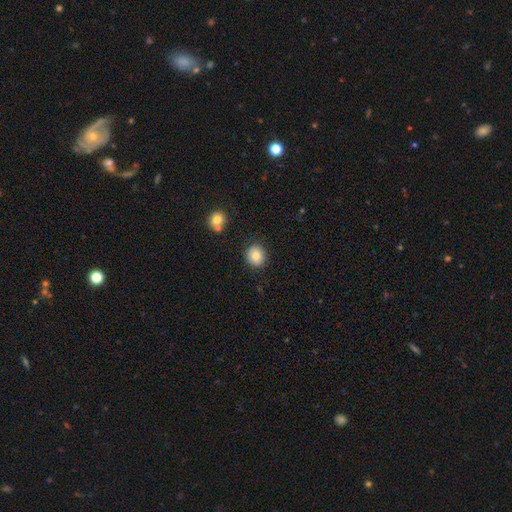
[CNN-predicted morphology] Overall: smooth (84%). How rounded: round (80%). Merging: none (86%).